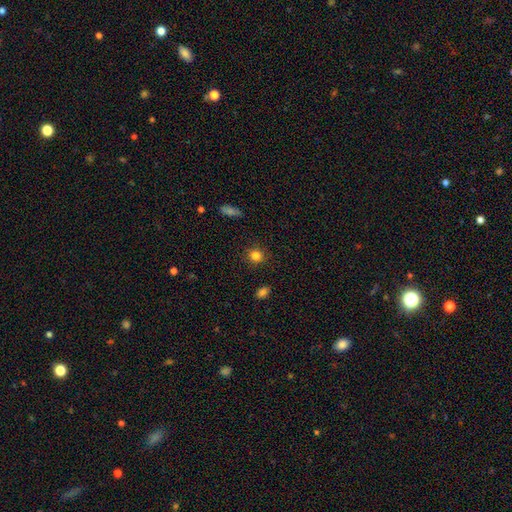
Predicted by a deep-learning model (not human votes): A smooth galaxy with no disk features (83%) that is round (86%).

Vote fractions:
- Smooth or featured? smooth: 83% / star or artifact: 12% / featured or disk: 5%
- How rounded? round: 86% / in between: 13% / cigar-shaped: 1%
- Merging? none: 89% / minor disturbance: 7% / major disturbance: 2% / merger: 1%